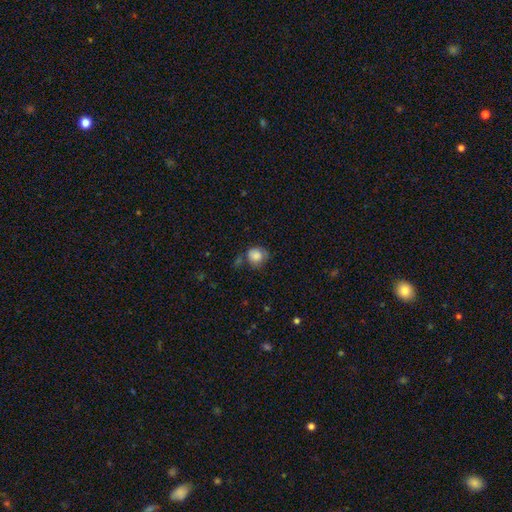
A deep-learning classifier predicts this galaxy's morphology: smooth-or-featured: smooth: 83% | star or artifact: 9% | featured or disk: 8%
  how-rounded: round: 82% | in between: 17% | cigar-shaped: 1%
  merging: none: 56% | minor disturbance: 27% | major disturbance: 9% | merger: 8%